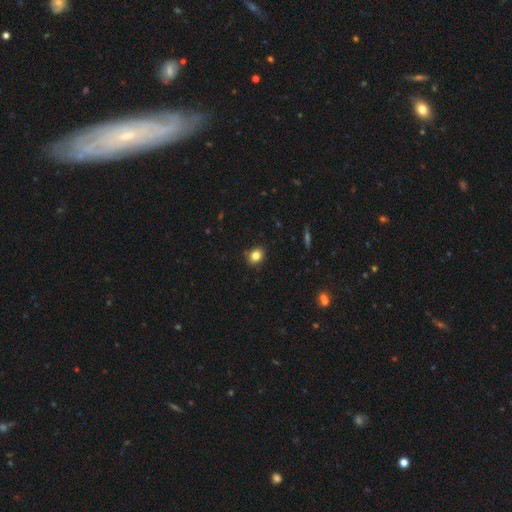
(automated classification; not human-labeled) The model was most divided on "how rounded": round: 57%, in between: 42%, cigar-shaped: 1%. More confident: merging — none (86%); smooth or featured — smooth (82%).